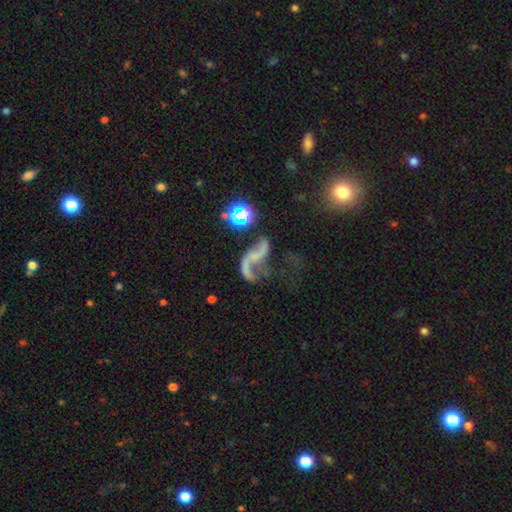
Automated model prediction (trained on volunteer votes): smooth_or_featured: featured or disk (p=0.72) [alt: star or artifact p=0.15]
disk_edge_on: no (p=0.96) [alt: yes p=0.04]
bar: no (p=0.56) [alt: weak p=0.27]
has_spiral_arms: yes (p=0.82) [alt: no p=0.18]
spiral_winding: loose (p=0.90) [alt: medium p=0.08]
spiral_arm_count: 2 (p=0.77) [alt: 1 p=0.18]
bulge_size: none (p=0.64) [alt: small p=0.26]
merging: none (p=0.37) [alt: major disturbance p=0.34]